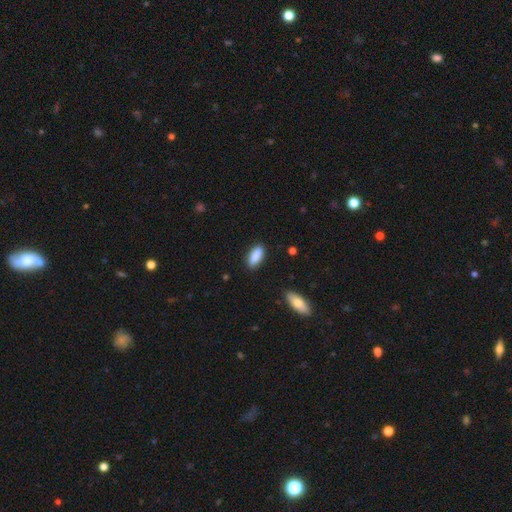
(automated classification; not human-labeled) Q: Smooth or featured?
A: smooth (86%); runner-up: featured or disk (8%)
Q: How rounded?
A: in between (76%); runner-up: cigar-shaped (22%)
Q: Merging?
A: none (85%); runner-up: minor disturbance (11%)